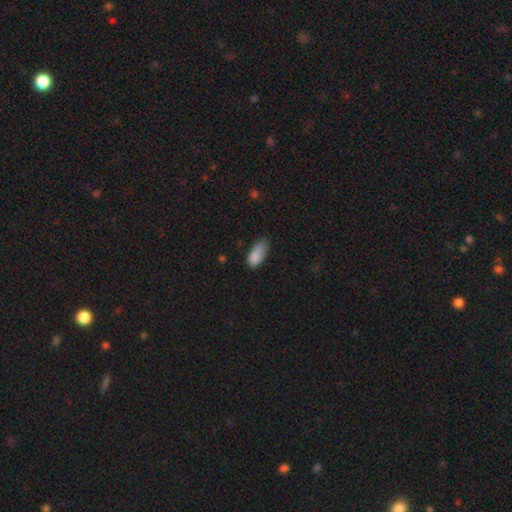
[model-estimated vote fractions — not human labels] Overall: smooth (85%). How rounded: in between (84%). Merging: minor disturbance (44%; none 40%).